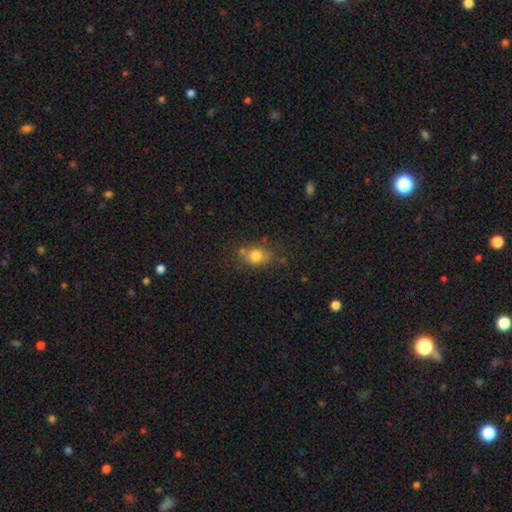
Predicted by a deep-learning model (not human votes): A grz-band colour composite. It shows a smooth galaxy with no disk features (75%) that is in between round and cigar-shaped (53%). Merging: none (62%).